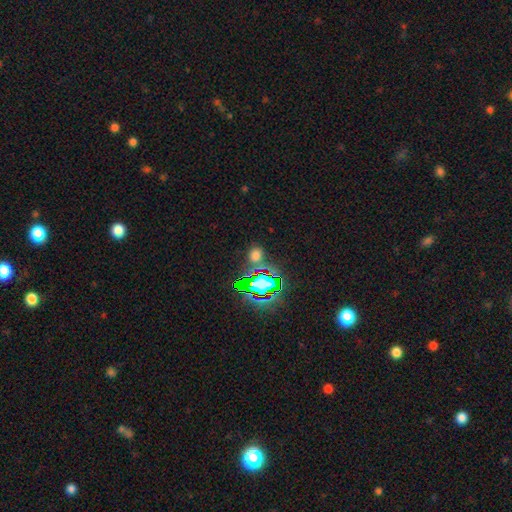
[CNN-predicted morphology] type=smooth (53%); roundness=round (64%); merging=none (74%).